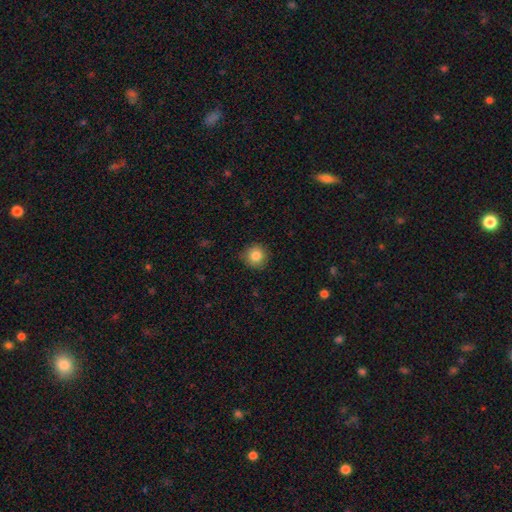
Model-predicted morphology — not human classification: smooth-or-featured: smooth: 84% | star or artifact: 10% | featured or disk: 6%
  how-rounded: round: 93% | in between: 6% | cigar-shaped: 1%
  merging: none: 88% | minor disturbance: 9% | major disturbance: 2% | merger: 1%